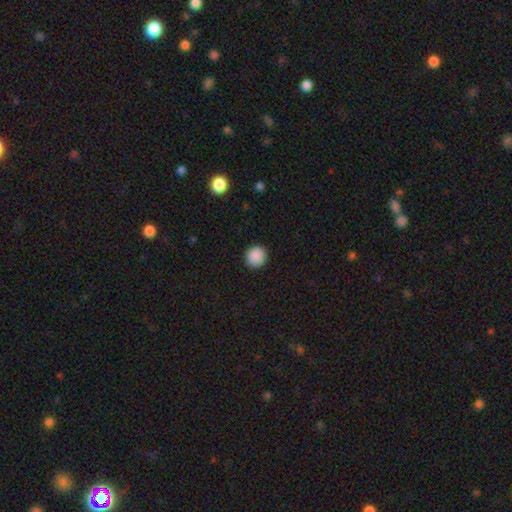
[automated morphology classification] Smooth or featured? Predicted: smooth (p=0.89). How rounded? Predicted: round (p=0.90). Merging? Predicted: none (p=0.91).